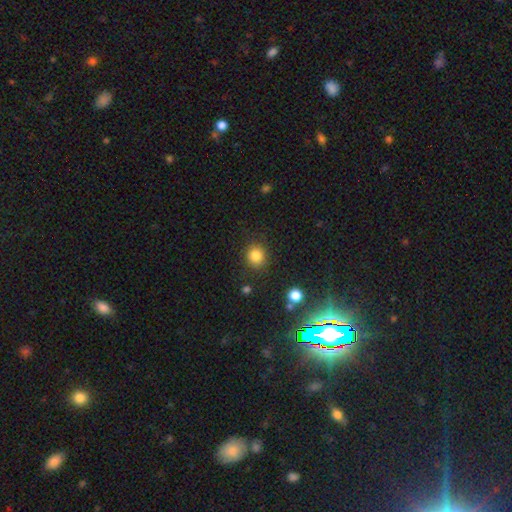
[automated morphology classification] smooth_or_featured: smooth (p=0.83) [alt: star or artifact p=0.12]
how_rounded: round (p=0.87) [alt: in between p=0.12]
merging: none (p=0.87) [alt: minor disturbance p=0.08]